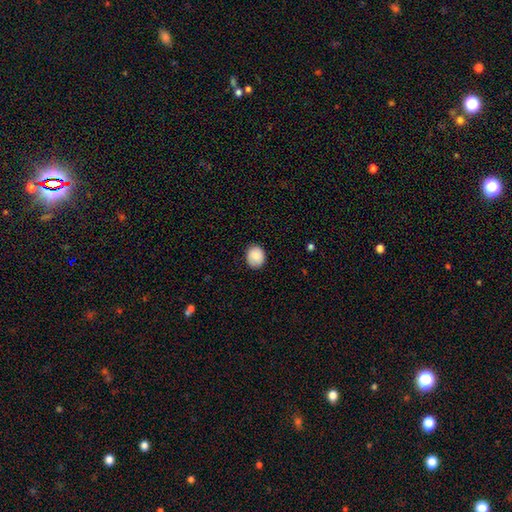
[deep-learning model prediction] Smooth or featured? Predicted: smooth (p=0.88). How rounded? Predicted: round (p=0.67). Merging? Predicted: none (p=0.86).